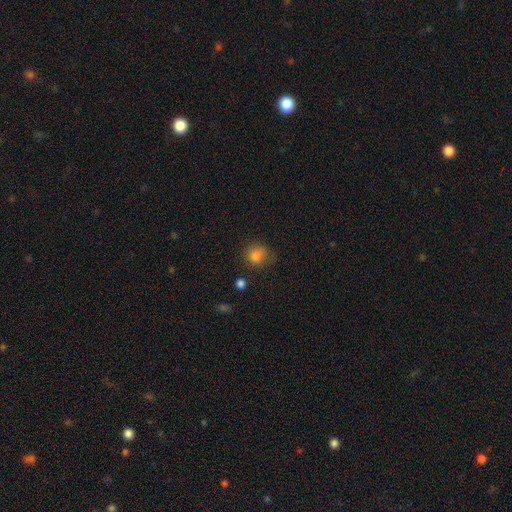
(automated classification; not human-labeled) Smooth or featured? smooth (81%)
How rounded? round (74%)
Merging? none (65%)